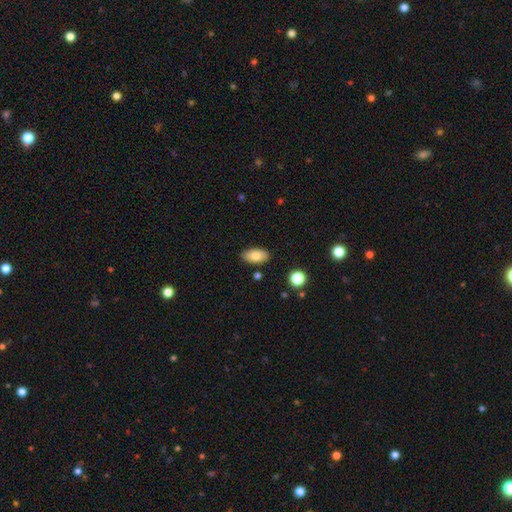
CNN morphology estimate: Smooth or featured?
  - smooth: 81% *
  - featured or disk: 11%
  - star or artifact: 8%
How rounded?
  - in between: 93% *
  - round: 4%
  - cigar-shaped: 3%
Merging?
  - none: 85% *
  - minor disturbance: 11%
  - merger: 2%
  - major disturbance: 2%